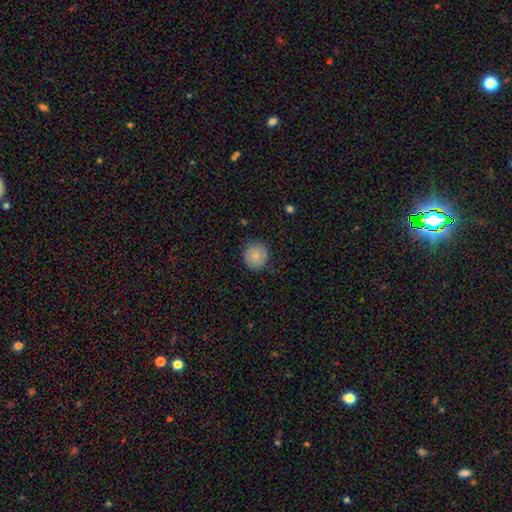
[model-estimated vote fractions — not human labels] Smooth or featured? Predicted: smooth (p=0.73). How rounded? Predicted: round (p=0.90). Merging? Predicted: none (p=0.83).